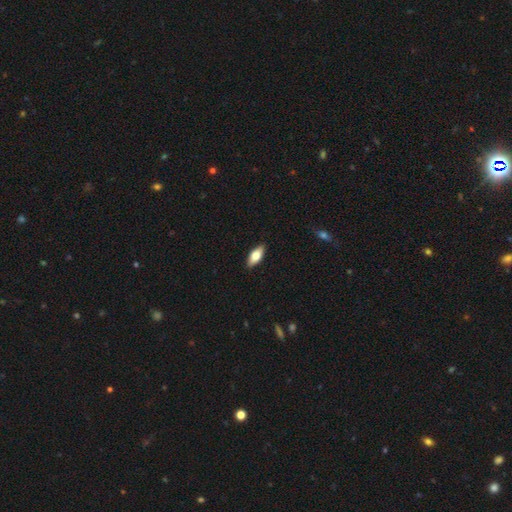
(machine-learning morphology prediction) type=smooth (70%); roundness=in between (82%); merging=none (89%).